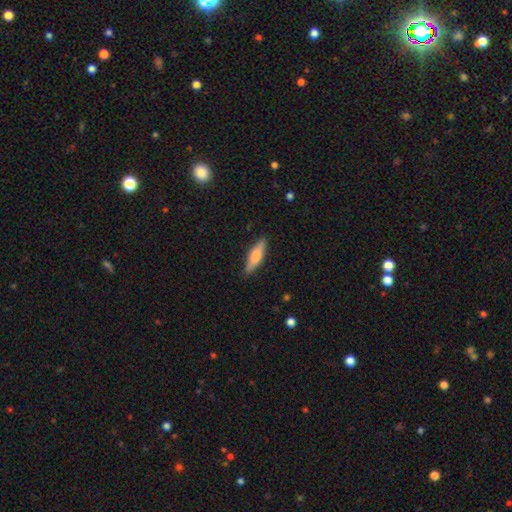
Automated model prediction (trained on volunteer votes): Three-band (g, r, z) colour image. It shows a smooth galaxy with no disk features (60%) that is cigar-shaped (61%). Merging: none (87%).